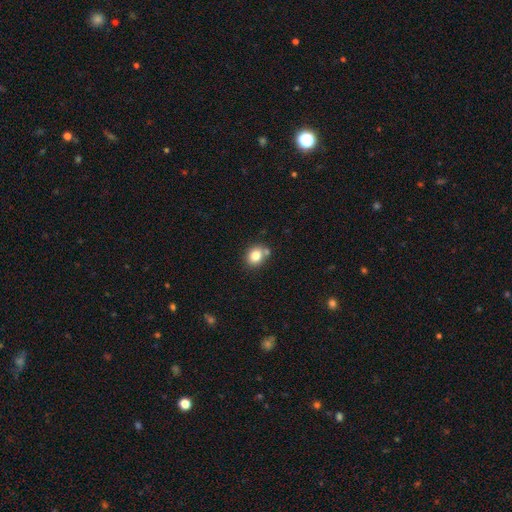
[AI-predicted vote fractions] This appears to be a smooth galaxy with no disk features (81%) that is round (64%). Merging: none (68%).